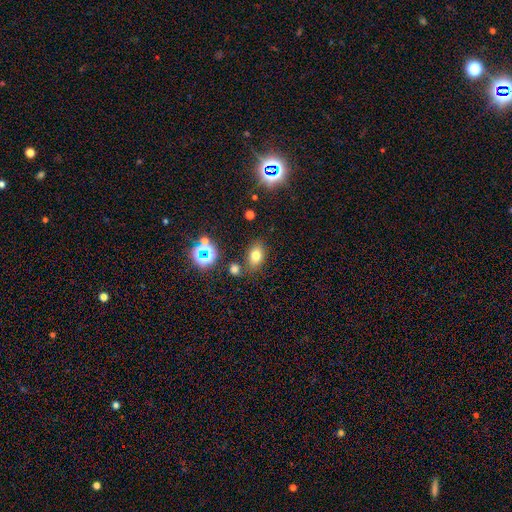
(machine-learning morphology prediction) Smooth or featured? Predicted: smooth (p=0.72). How rounded? Predicted: in between (p=0.79). Merging? Predicted: none (p=0.77).